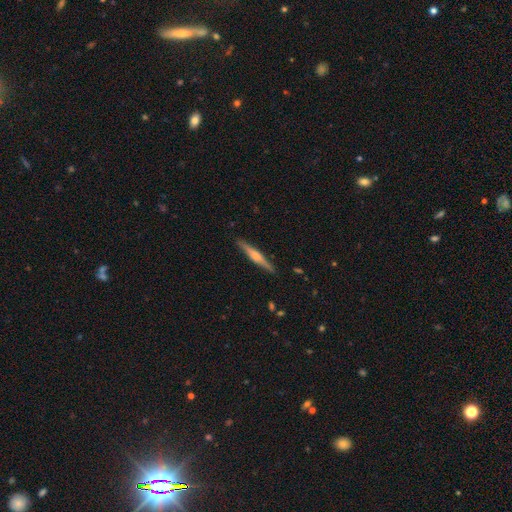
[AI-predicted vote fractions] smooth_or_featured: featured or disk (p=0.59) [alt: smooth p=0.35]
disk_edge_on: yes (p=0.98) [alt: no p=0.02]
edge_on_bulge: rounded (p=0.56) [alt: boxy p=0.28]
merging: none (p=0.89) [alt: minor disturbance p=0.08]